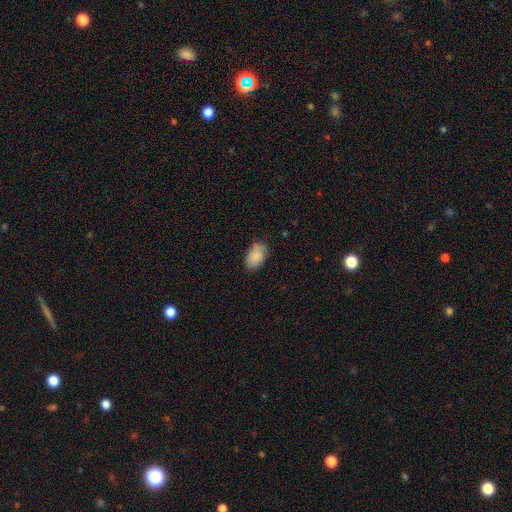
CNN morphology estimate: Smooth or featured? smooth (87%)
How rounded? in between (91%)
Merging? none (73%)